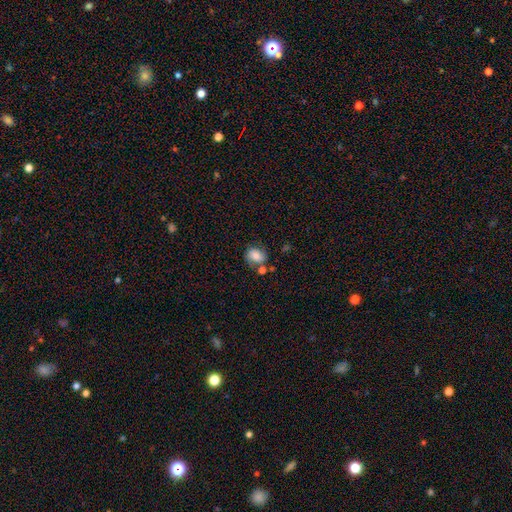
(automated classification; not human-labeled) Overall: smooth (68%). How rounded: round (52%; in between 47%). Merging: none (55%; minor disturbance 21%).